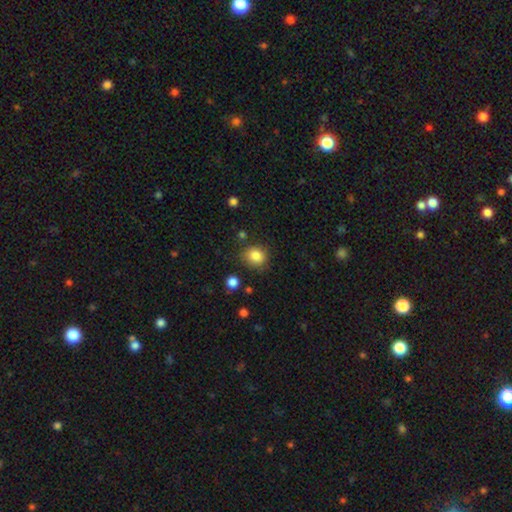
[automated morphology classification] Smooth or featured? Predicted: smooth (p=0.85). How rounded? Predicted: round (p=0.75). Merging? Predicted: none (p=0.79).